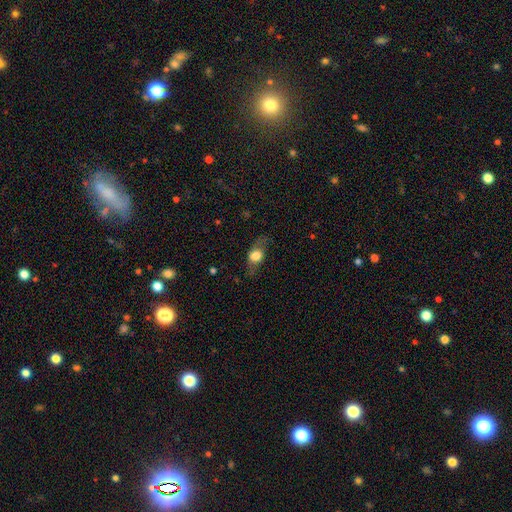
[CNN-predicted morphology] type=smooth (60%); roundness=in between (64%); merging=none (69%).